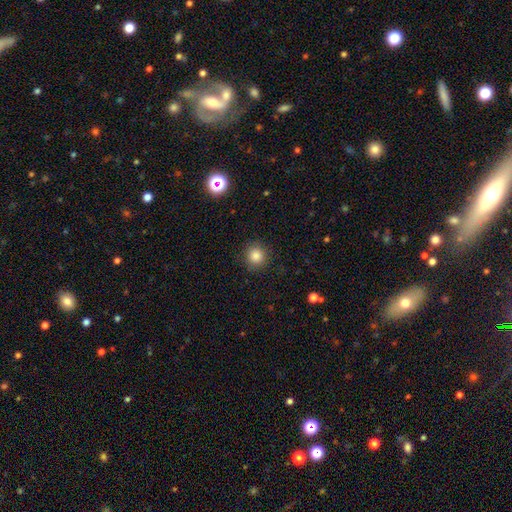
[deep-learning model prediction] smooth-or-featured: smooth: 84% | star or artifact: 11% | featured or disk: 5%
  how-rounded: round: 92% | in between: 7% | cigar-shaped: 1%
  merging: none: 90% | minor disturbance: 7% | major disturbance: 3% | merger: 1%